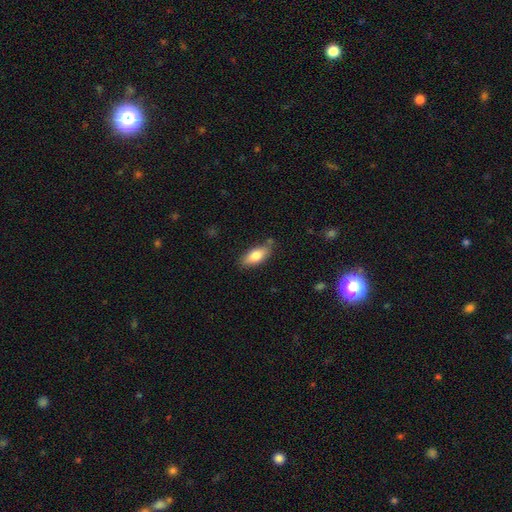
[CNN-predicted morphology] This appears to be a smooth galaxy with no disk features (78%) that is in between round and cigar-shaped (82%). Merging: none (75%).